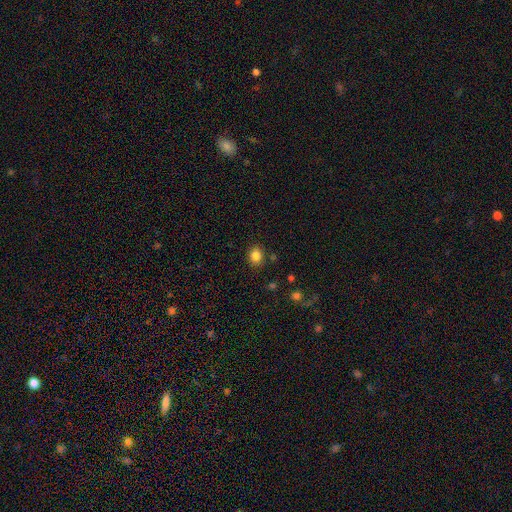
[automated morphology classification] Smooth or featured? smooth (84%)
How rounded? round (60%)
Merging? none (86%)